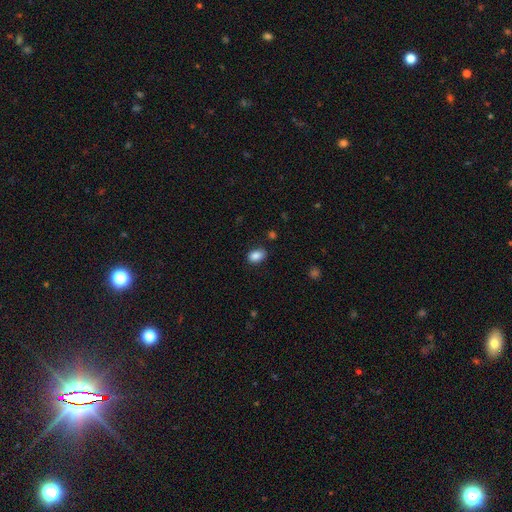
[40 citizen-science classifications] Volunteers were most divided on "merging": none: 86%, minor disturbance: 14%, major disturbance: 0%, merger: 0%. More confident: how rounded — in between (94%); smooth or featured — smooth (90%).